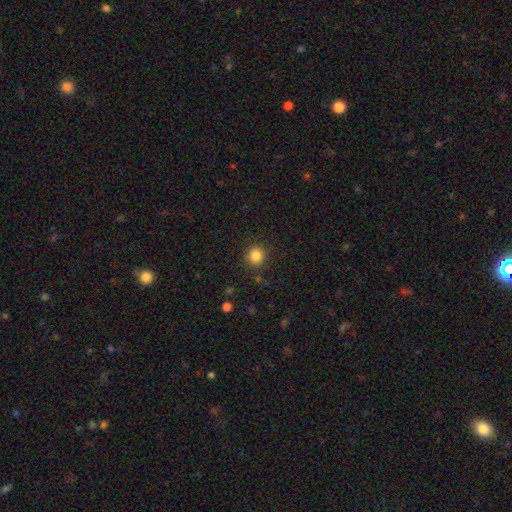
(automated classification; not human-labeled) Smooth or featured? smooth (84%)
How rounded? round (90%)
Merging? none (89%)